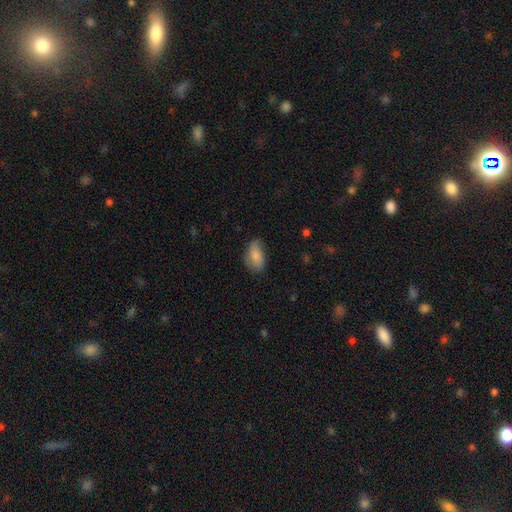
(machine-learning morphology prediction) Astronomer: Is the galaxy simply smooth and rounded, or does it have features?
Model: smooth — 78%.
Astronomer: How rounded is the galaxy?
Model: in between — 91%.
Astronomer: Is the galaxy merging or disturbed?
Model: none — 61%.